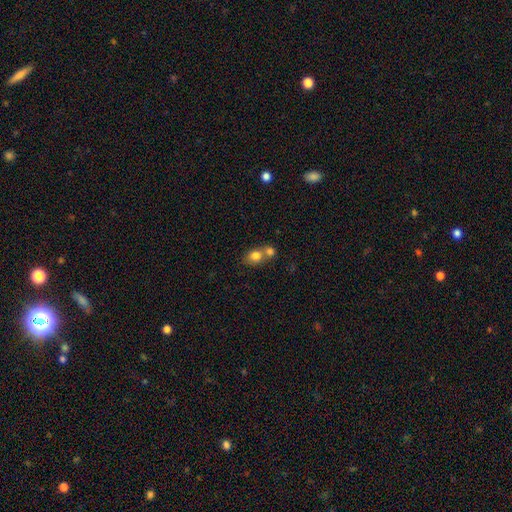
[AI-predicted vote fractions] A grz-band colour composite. It shows a smooth galaxy with no disk features (78%) that is round (60%). Merging: merger (59%).